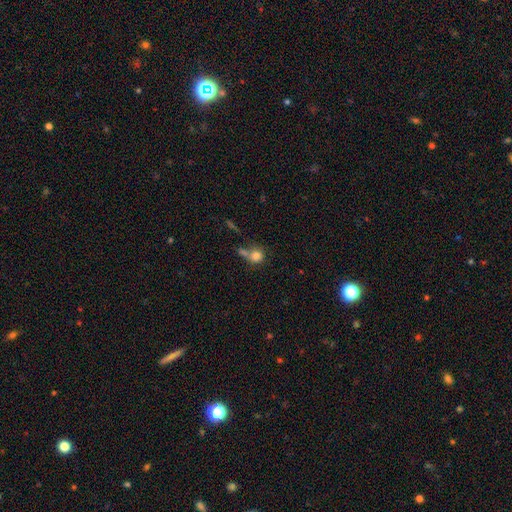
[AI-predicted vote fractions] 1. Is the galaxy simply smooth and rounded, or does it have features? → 79% smooth, 11% featured or disk, 10% star or artifact.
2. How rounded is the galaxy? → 83% round, 16% in between, 1% cigar-shaped.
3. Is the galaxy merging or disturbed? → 43% none, 34% merger, 14% minor disturbance, 9% major disturbance.